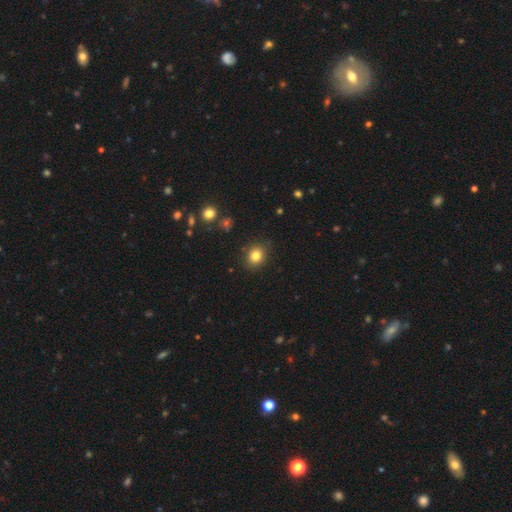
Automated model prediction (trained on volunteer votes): A smooth galaxy with no disk features (82%) that is round (66%). Merging: none (87%).